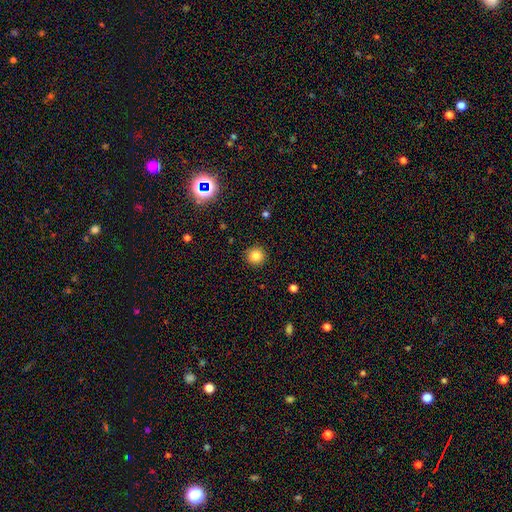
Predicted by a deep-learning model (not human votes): A smooth galaxy with no disk features (83%) that is round (94%).

Vote fractions:
- Smooth or featured? smooth: 83% / star or artifact: 12% / featured or disk: 5%
- How rounded? round: 94% / in between: 5% / cigar-shaped: 1%
- Merging? none: 91% / minor disturbance: 6% / major disturbance: 2% / merger: 1%